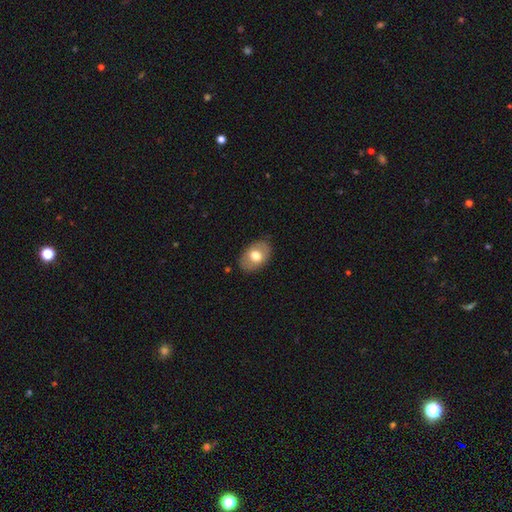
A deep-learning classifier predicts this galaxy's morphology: Smooth or featured?
  - smooth: 68% *
  - featured or disk: 26%
  - star or artifact: 7%
How rounded?
  - in between: 84% *
  - round: 15%
  - cigar-shaped: 1%
Merging?
  - none: 84% *
  - minor disturbance: 12%
  - major disturbance: 3%
  - merger: 1%